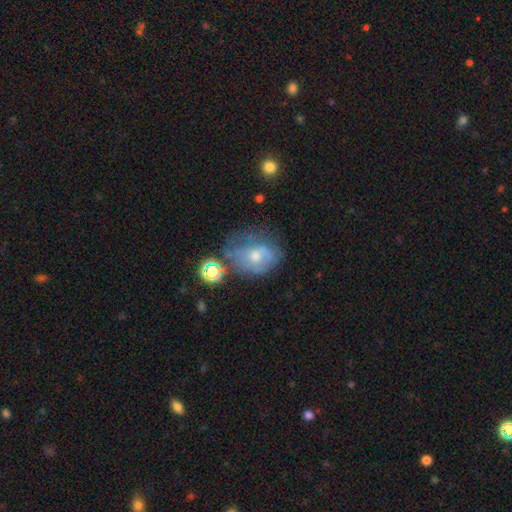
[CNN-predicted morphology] Smooth or featured? Predicted: featured or disk (p=0.48). Merging? Predicted: none (p=0.44).